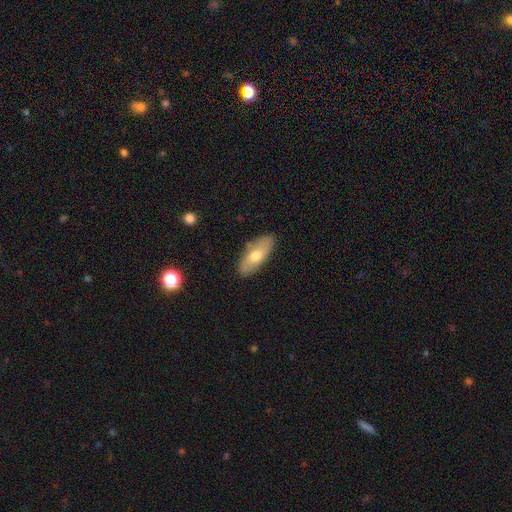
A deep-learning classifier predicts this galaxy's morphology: A smooth galaxy with no disk features (65%) that is in between round and cigar-shaped (79%).

Vote fractions:
- Smooth or featured? smooth: 65% / featured or disk: 29% / star or artifact: 6%
- How rounded? in between: 79% / cigar-shaped: 18% / round: 3%
- Merging? none: 85% / minor disturbance: 12% / major disturbance: 2% / merger: 1%